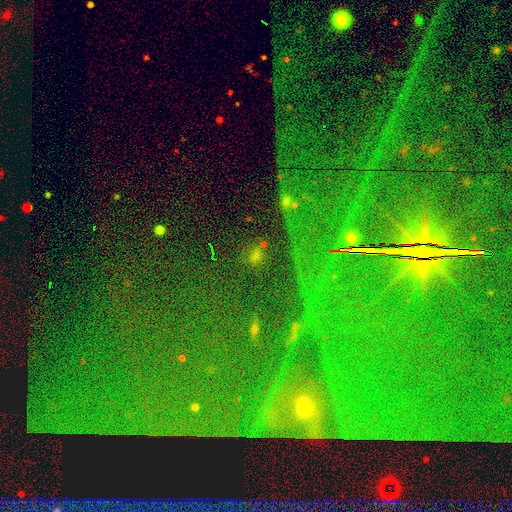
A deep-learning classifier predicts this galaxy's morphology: smooth-or-featured: star or artifact: 55% | smooth: 33% | featured or disk: 12%